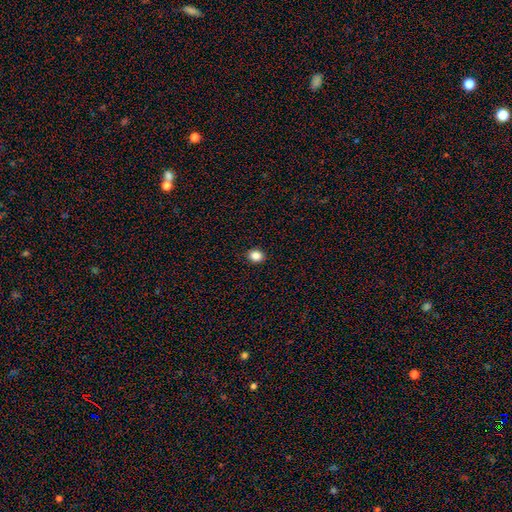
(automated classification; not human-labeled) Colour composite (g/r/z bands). It shows a smooth galaxy with no disk features (86%) that is round (59%). Merging: none (92%).